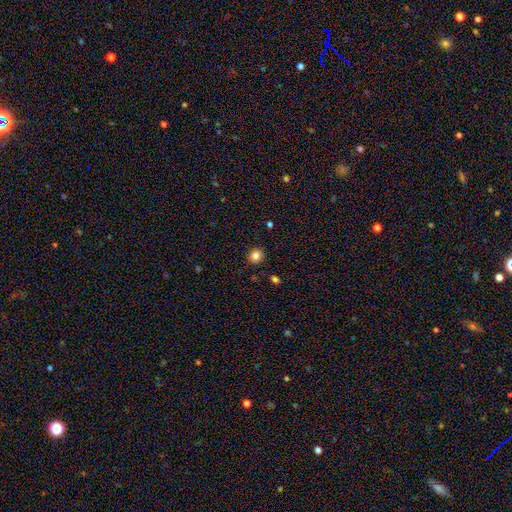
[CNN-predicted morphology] Smooth or featured: smooth — 83% (star or artifact — 12%)
How rounded: round — 86% (in between — 13%)
Merging: none — 91% (minor disturbance — 6%)